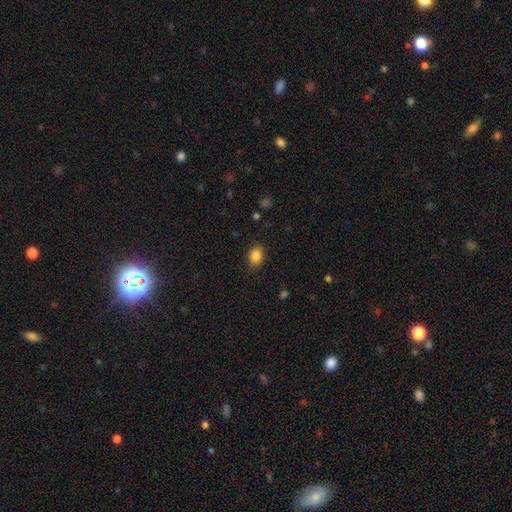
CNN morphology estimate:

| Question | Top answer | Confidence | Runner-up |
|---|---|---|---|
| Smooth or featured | smooth | 86% | star or artifact (9%) |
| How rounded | in between | 69% | round (30%) |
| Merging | none | 86% | minor disturbance (11%) |